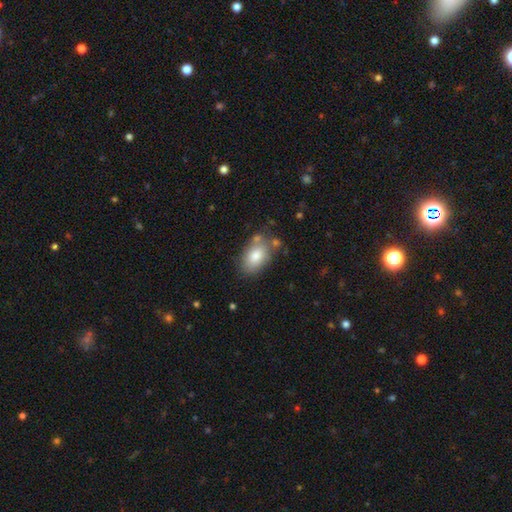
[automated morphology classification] smooth-or-featured: smooth: 80% | featured or disk: 13% | star or artifact: 7%
  how-rounded: in between: 89% | round: 10% | cigar-shaped: 2%
  merging: none: 69% | minor disturbance: 18% | merger: 8% | major disturbance: 5%